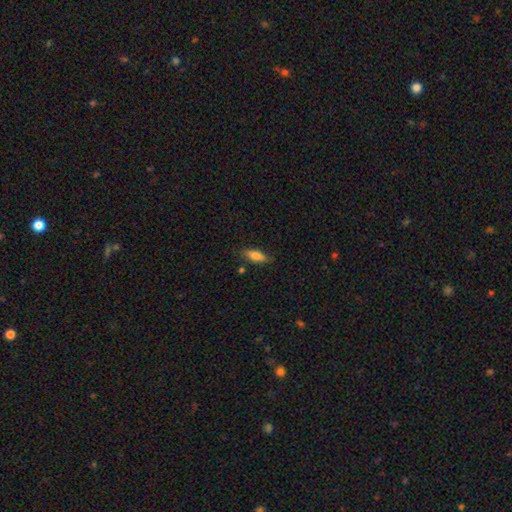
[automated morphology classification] smooth-or-featured: smooth: 80% | featured or disk: 13% | star or artifact: 7%
  how-rounded: in between: 69% | cigar-shaped: 29% | round: 2%
  merging: none: 76% | minor disturbance: 18% | major disturbance: 4% | merger: 3%